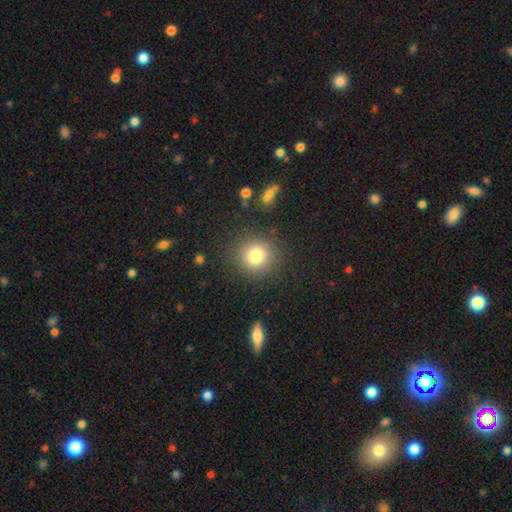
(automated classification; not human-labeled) Overall: smooth (80%). How rounded: round (91%). Merging: none (87%).